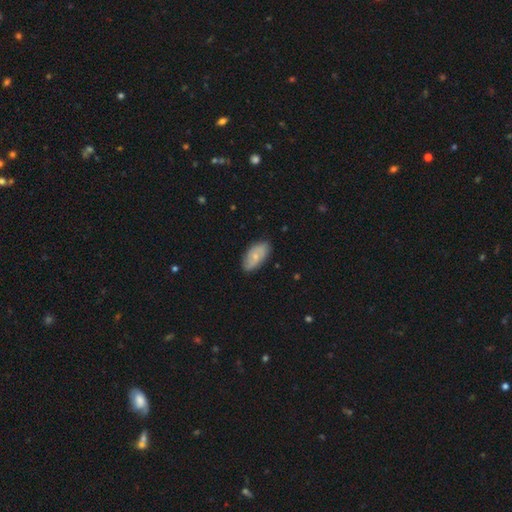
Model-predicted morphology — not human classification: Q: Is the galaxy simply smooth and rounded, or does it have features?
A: smooth — 51%.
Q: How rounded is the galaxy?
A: in between — 92%.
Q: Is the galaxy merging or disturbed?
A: none — 81%.